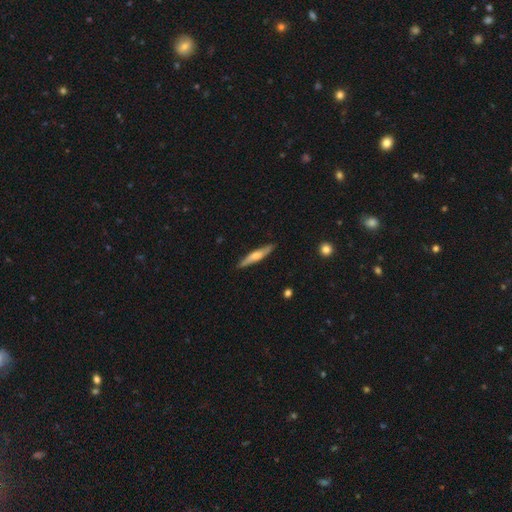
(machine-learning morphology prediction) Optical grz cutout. It shows a smooth galaxy with no disk features (49%). Merging: none (87%).